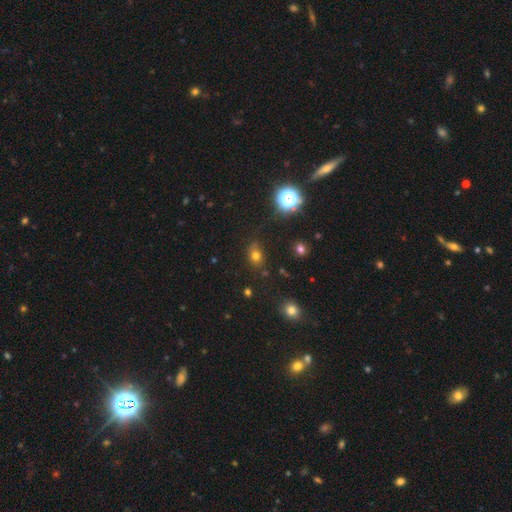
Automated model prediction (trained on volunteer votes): smooth 68%, star or artifact 23%, featured or disk 9%. Down the decision tree: how rounded — round (50%); merging — none (72%).